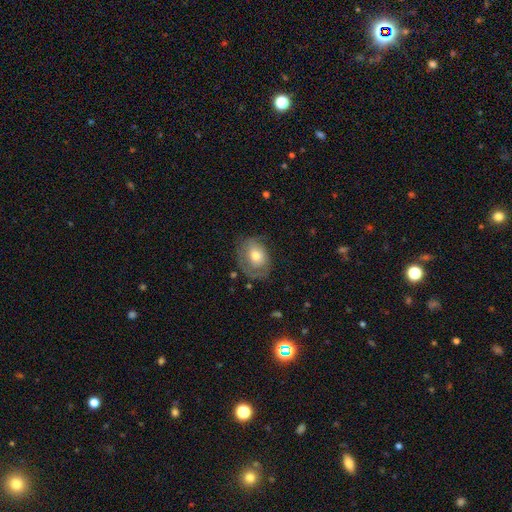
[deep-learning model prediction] Overall: smooth (47%; featured or disk 46%). Merging: none (57%; minor disturbance 25%).